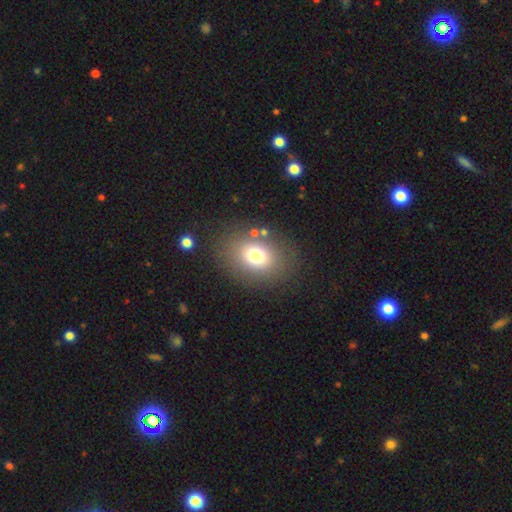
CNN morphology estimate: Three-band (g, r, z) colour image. It shows a smooth galaxy with no disk features (73%) that is in between round and cigar-shaped (57%). Merging: none (79%).